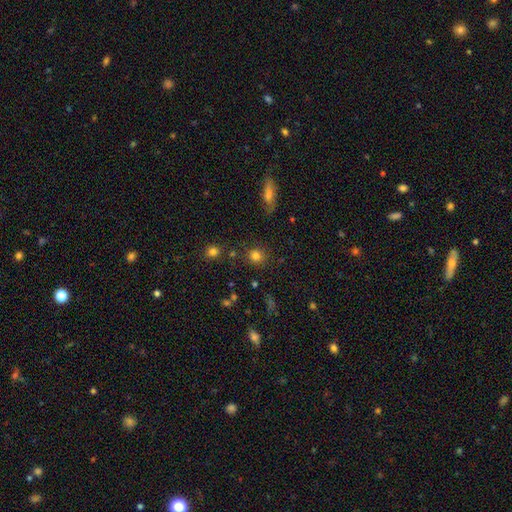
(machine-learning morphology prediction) Smooth or featured: smooth — 80% (star or artifact — 14%)
How rounded: round — 87% (in between — 12%)
Merging: none — 84% (minor disturbance — 8%)